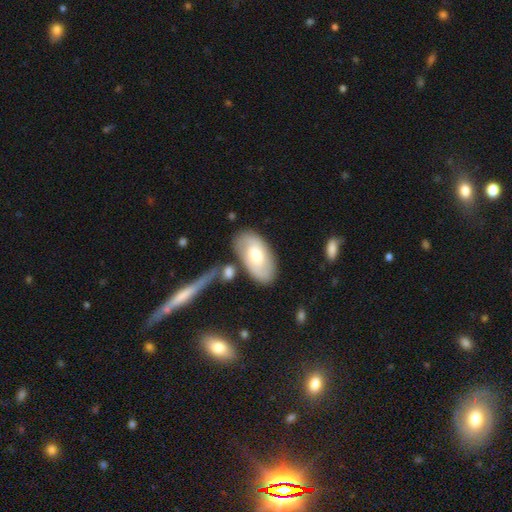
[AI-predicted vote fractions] Overall: smooth (52%; featured or disk 43%). How rounded: in between (93%). Merging: none (71%).